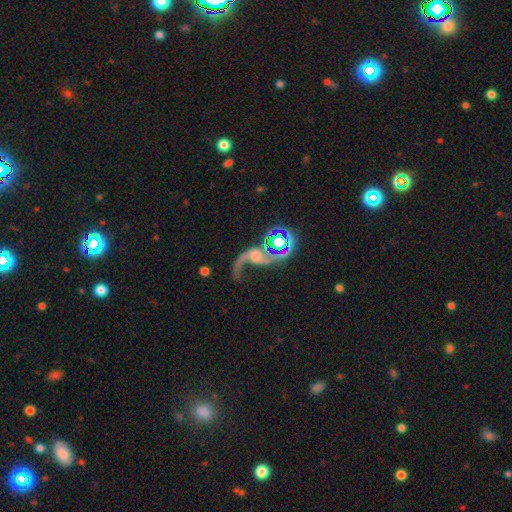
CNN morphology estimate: This is likely a featured or disk galaxy (76%). It is clearly not viewed edge-on (95%). Bar: possibly no (57%). Spiral arm pattern: clearly yes (92%). Spiral arm count: clearly 2 (82%). Spiral winding: clearly loose (86%). Central bulge: marginally small (33%). Merging: marginally none (42%).